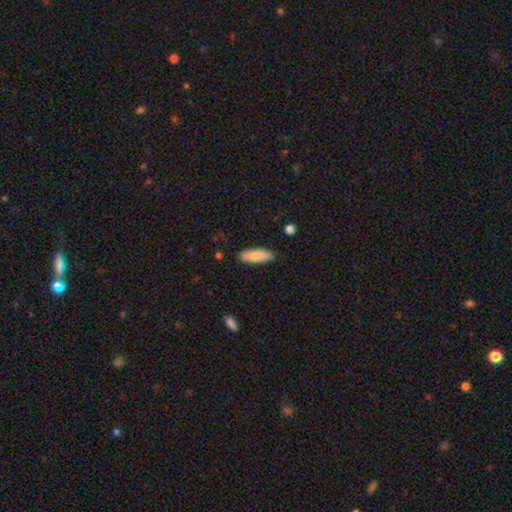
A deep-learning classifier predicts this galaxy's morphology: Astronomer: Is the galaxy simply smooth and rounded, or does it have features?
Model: smooth — 80%.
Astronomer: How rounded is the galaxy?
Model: in between — 70%.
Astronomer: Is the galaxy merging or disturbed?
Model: none — 83%.